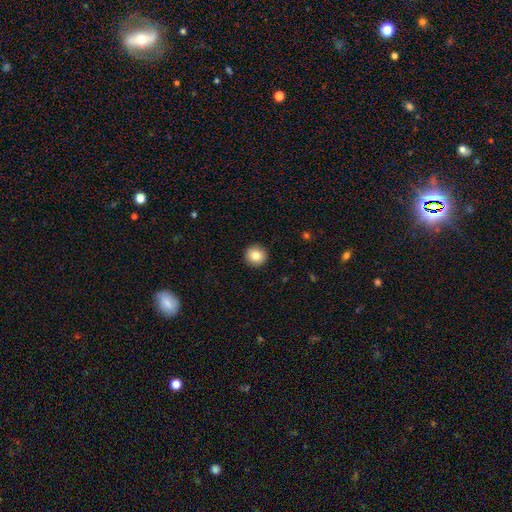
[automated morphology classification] Smooth or featured? smooth (84%)
How rounded? round (94%)
Merging? none (93%)